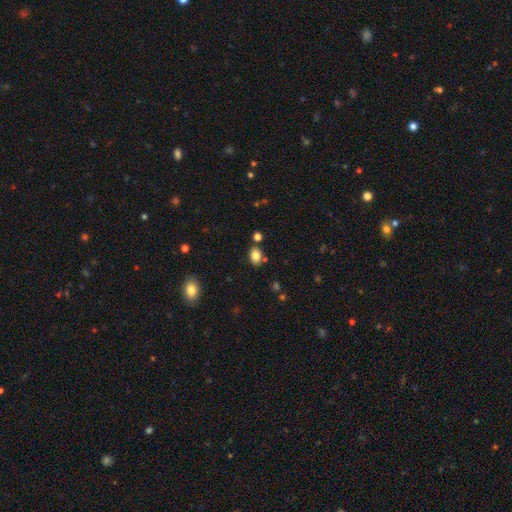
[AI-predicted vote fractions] Smooth or featured? Predicted: smooth (p=0.83). How rounded? Predicted: in between (p=0.77). Merging? Predicted: none (p=0.78).